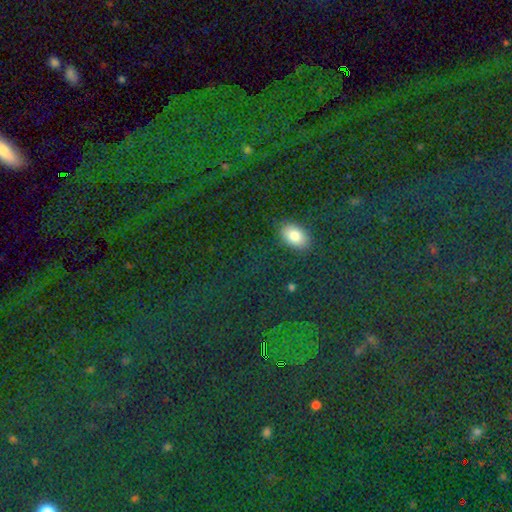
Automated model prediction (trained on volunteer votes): A smooth galaxy with no disk features (51%) that is in between round and cigar-shaped (77%). Merging: none (80%).